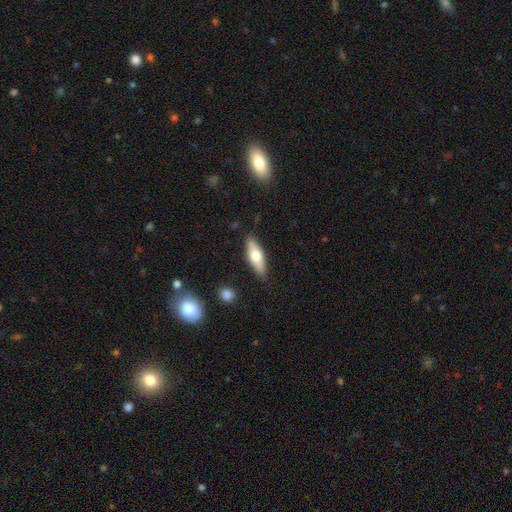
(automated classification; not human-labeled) A smooth galaxy with no disk features (59%) that is in between round and cigar-shaped (55%).

Vote fractions:
- Smooth or featured? smooth: 59% / featured or disk: 35% / star or artifact: 6%
- How rounded? in between: 55% / cigar-shaped: 43% / round: 2%
- Merging? none: 85% / minor disturbance: 11% / major disturbance: 2% / merger: 2%